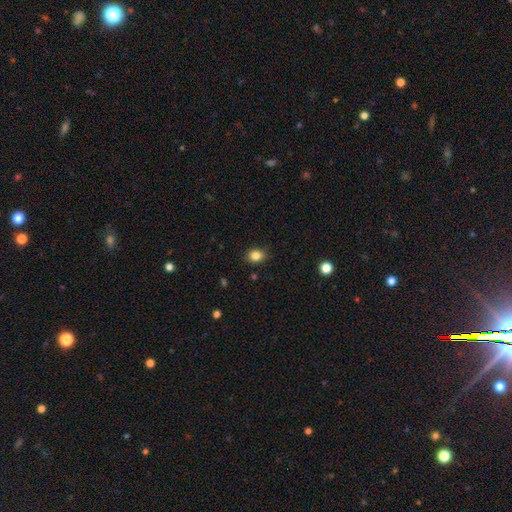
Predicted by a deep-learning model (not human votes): smooth 84%, star or artifact 10%, featured or disk 5%. Down the decision tree: how rounded — in between (50%); merging — none (86%).